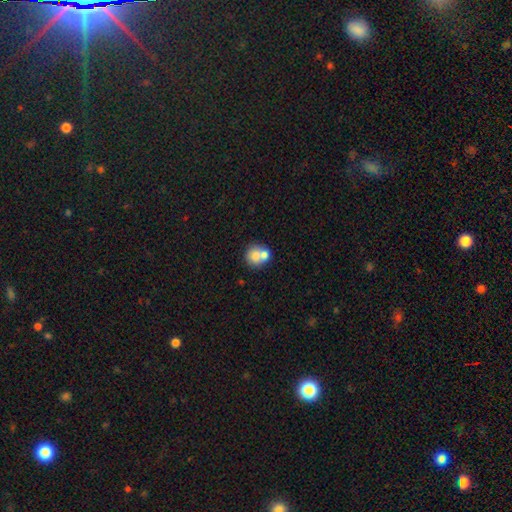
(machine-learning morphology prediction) Smooth or featured? Predicted: smooth (p=0.72). How rounded? Predicted: round (p=0.82). Merging? Predicted: merger (p=0.49).